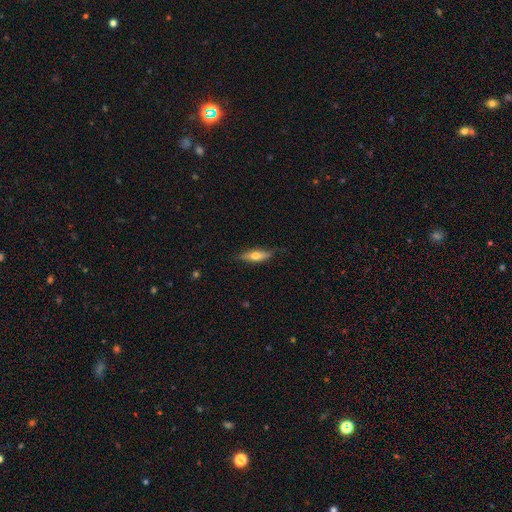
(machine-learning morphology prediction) Smooth or featured: smooth — 53% (featured or disk — 41%)
How rounded: cigar-shaped — 55% (in between — 42%)
Merging: none — 75% (minor disturbance — 19%)